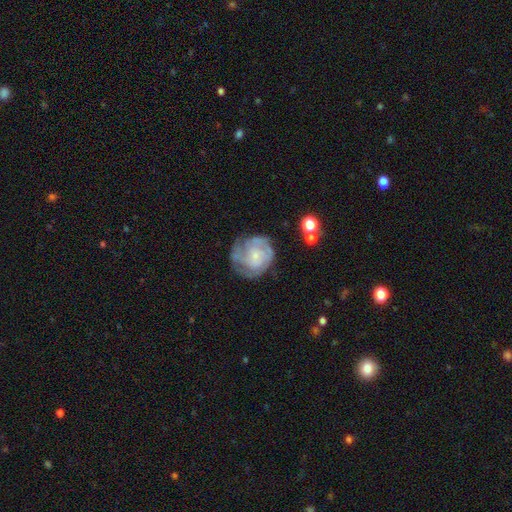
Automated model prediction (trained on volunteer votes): Smooth or featured? featured or disk (74%)
Edge-on disk? no (98%)
Bar? no (76%)
Spiral arms? yes (86%)
Spiral winding? tight (58%)
Spiral arm count? can't tell (38%)
Bulge size? small (68%)
Merging? none (60%)